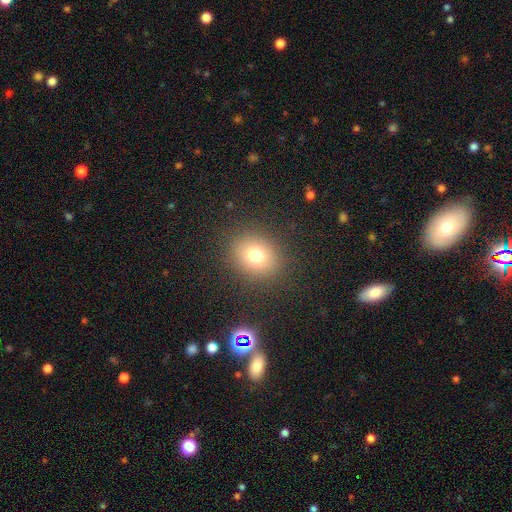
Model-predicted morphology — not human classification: Smooth or featured: smooth — 75% (star or artifact — 15%)
How rounded: round — 66% (in between — 33%)
Merging: none — 87% (minor disturbance — 8%)